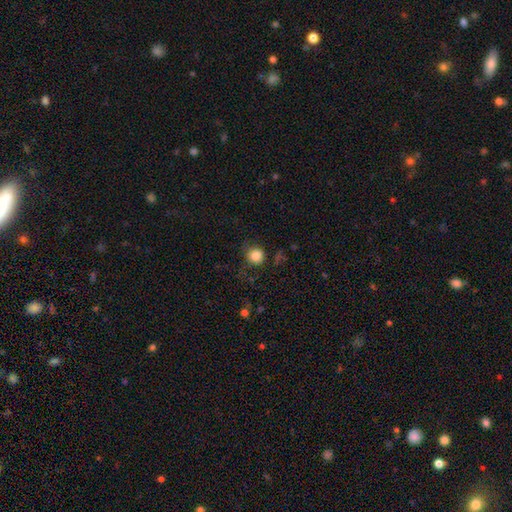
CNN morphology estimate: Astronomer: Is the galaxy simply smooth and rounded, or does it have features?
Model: smooth — 84%.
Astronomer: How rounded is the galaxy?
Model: round — 92%.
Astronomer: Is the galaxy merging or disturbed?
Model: none — 76%.